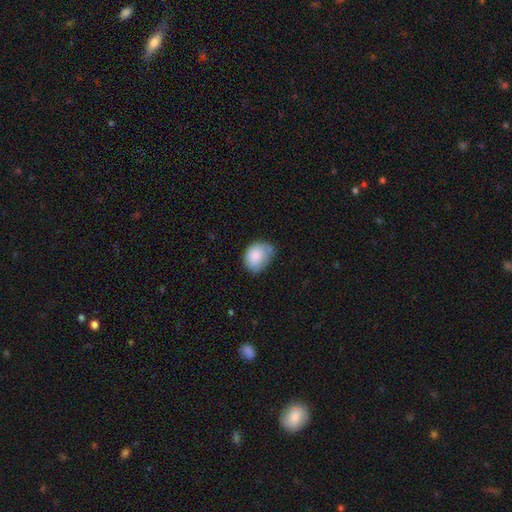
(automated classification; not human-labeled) This appears to be a smooth galaxy with no disk features (83%) that is in between round and cigar-shaped (64%). Merging: none (50%).